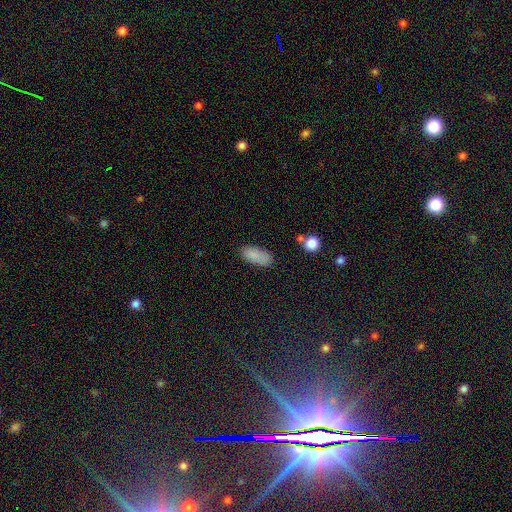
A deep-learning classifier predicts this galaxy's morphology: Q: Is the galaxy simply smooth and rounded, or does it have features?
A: smooth — 86%.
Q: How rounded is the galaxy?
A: in between — 87%.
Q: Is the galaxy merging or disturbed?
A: none — 78%.